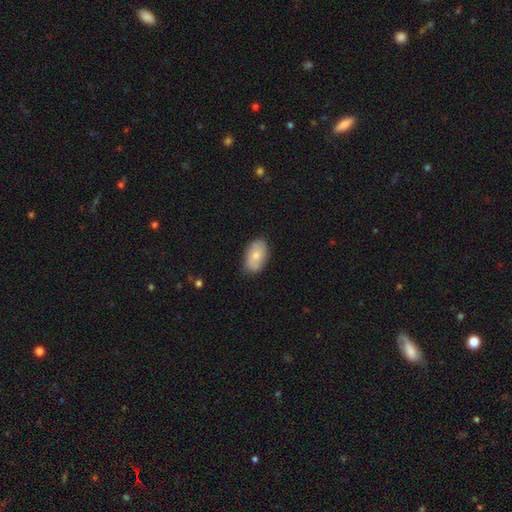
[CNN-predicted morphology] smooth-or-featured: smooth: 69% | featured or disk: 25% | star or artifact: 6%
  how-rounded: in between: 92% | round: 6% | cigar-shaped: 2%
  merging: none: 76% | minor disturbance: 19% | major disturbance: 3% | merger: 2%